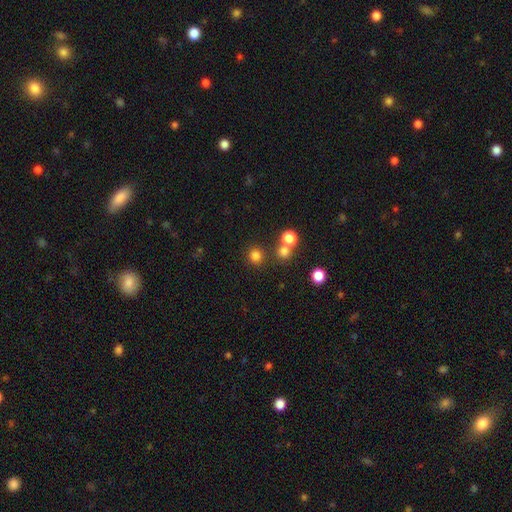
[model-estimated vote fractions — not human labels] Smooth or featured: smooth — 78% (star or artifact — 17%)
How rounded: round — 90% (in between — 9%)
Merging: none — 78% (merger — 13%)